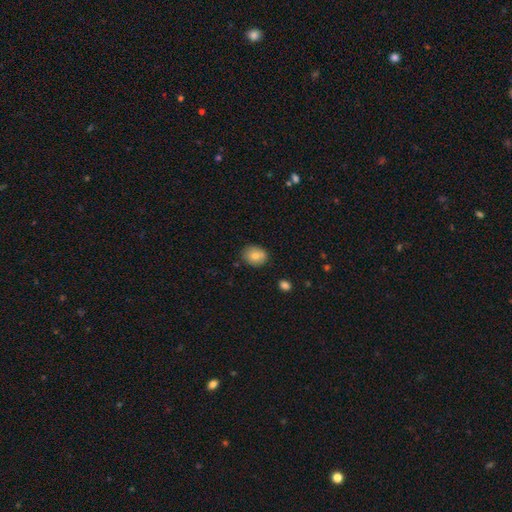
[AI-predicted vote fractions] smooth-or-featured: smooth: 78% | featured or disk: 14% | star or artifact: 9%
  how-rounded: round: 62% | in between: 37% | cigar-shaped: 1%
  merging: none: 83% | minor disturbance: 13% | merger: 2% | major disturbance: 2%